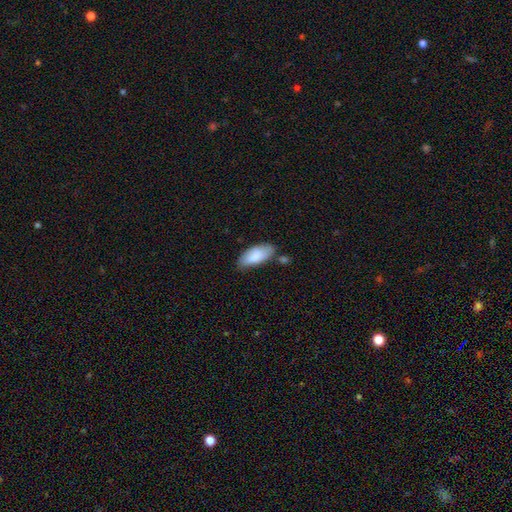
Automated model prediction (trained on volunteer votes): This is clearly a smooth galaxy (85%). How rounded: clearly in between (86%). Merging: likely none (65%).